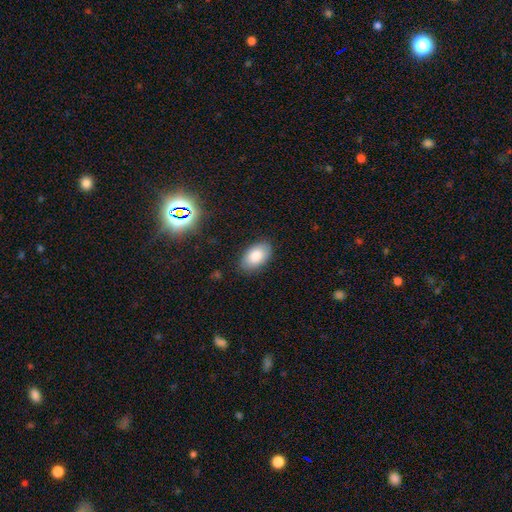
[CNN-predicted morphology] smooth 84%, featured or disk 8%, star or artifact 8%. Down the decision tree: how rounded — in between (93%); merging — none (85%).